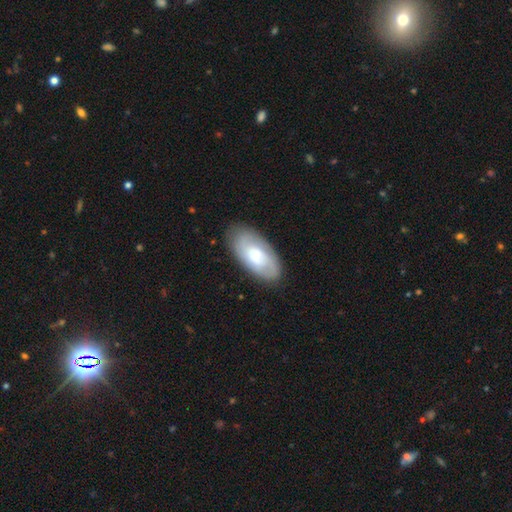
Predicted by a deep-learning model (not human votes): smooth_or_featured: smooth (p=0.51) [alt: featured or disk p=0.43]
how_rounded: in between (p=0.93) [alt: cigar-shaped p=0.04]
merging: none (p=0.82) [alt: minor disturbance p=0.13]